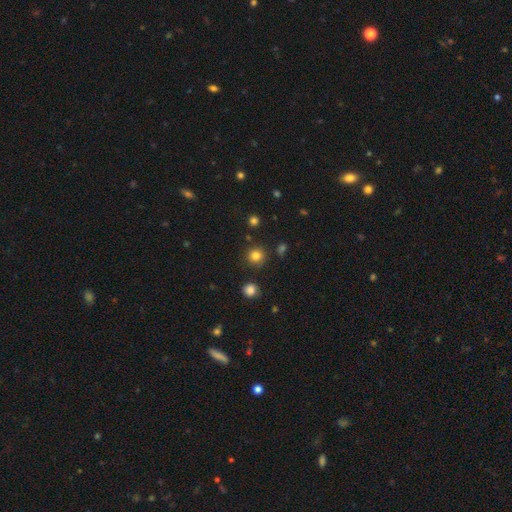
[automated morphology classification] Smooth or featured: smooth — 82% (star or artifact — 13%)
How rounded: round — 93% (in between — 6%)
Merging: none — 87% (minor disturbance — 7%)